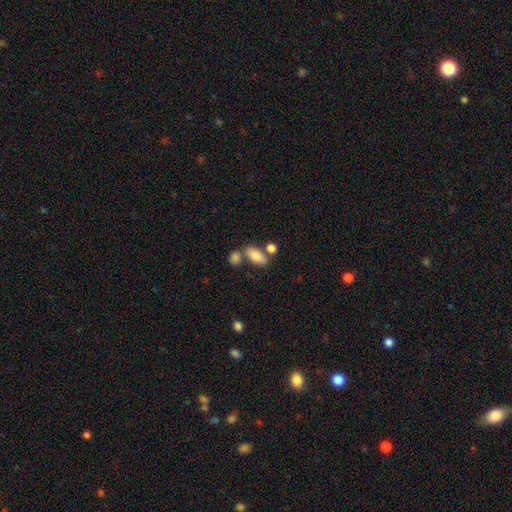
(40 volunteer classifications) A smooth galaxy with no disk features (88%) that is in between round and cigar-shaped (97%). Merging: none (57%).